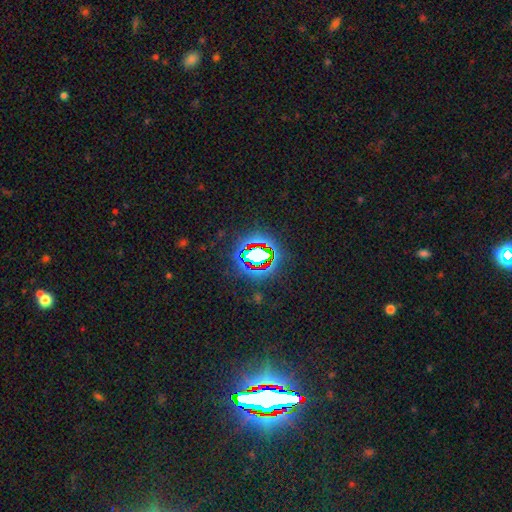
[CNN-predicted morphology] Overall: star or artifact (73%).